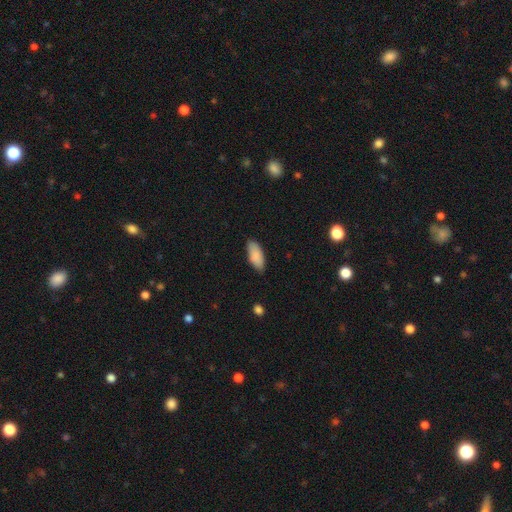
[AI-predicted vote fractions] Smooth or featured?
  - smooth: 88% *
  - star or artifact: 6%
  - featured or disk: 6%
How rounded?
  - in between: 84% *
  - cigar-shaped: 15%
  - round: 2%
Merging?
  - none: 82% *
  - minor disturbance: 15%
  - major disturbance: 2%
  - merger: 1%